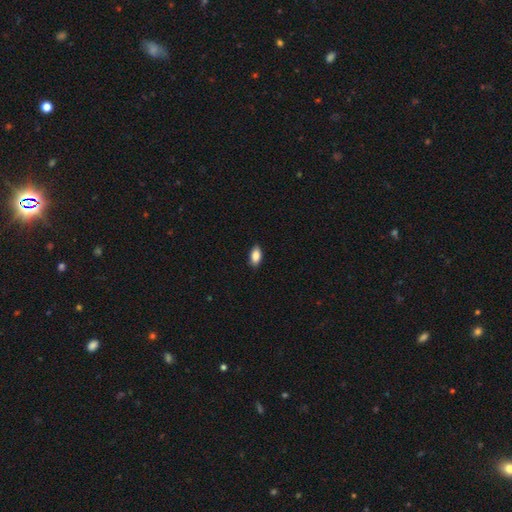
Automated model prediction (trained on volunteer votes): Morphology: type=smooth (87%); roundness=in between (91%); merging=none (89%).